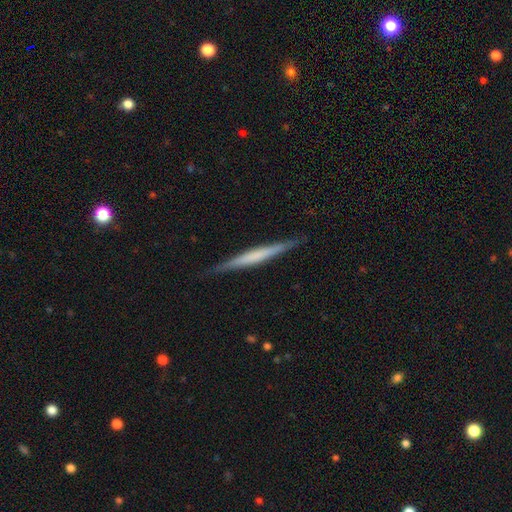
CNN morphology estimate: Overall: featured or disk (56%; smooth 39%). Edge-on disk: yes (97%). Edge-on bulge: none (69%). Merging: none (89%).